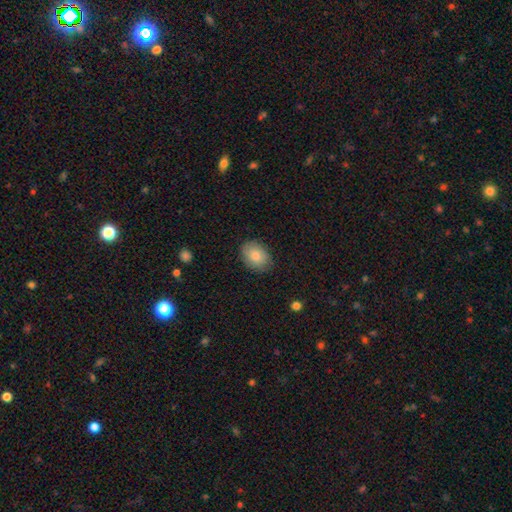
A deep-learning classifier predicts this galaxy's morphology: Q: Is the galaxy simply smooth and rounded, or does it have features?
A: smooth — 84%.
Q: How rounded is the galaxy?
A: in between — 70%.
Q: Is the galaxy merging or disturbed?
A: none — 85%.